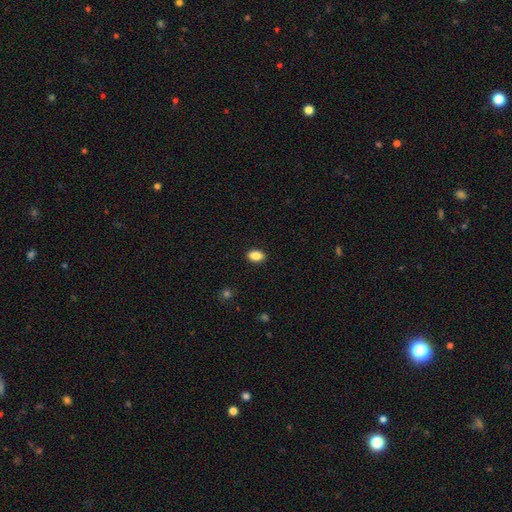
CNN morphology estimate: Q: Smooth or featured?
A: smooth (86%); runner-up: star or artifact (8%)
Q: How rounded?
A: in between (88%); runner-up: round (9%)
Q: Merging?
A: none (90%); runner-up: minor disturbance (7%)